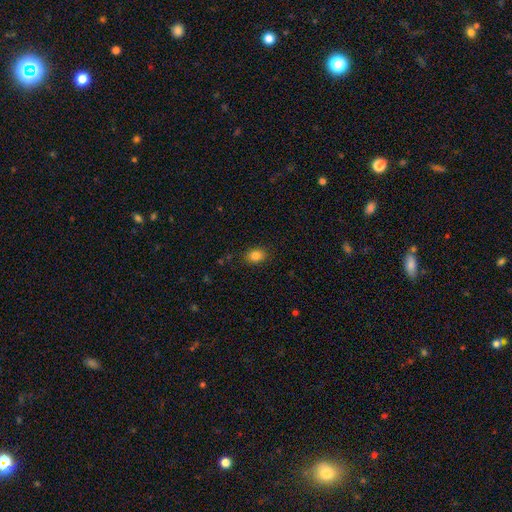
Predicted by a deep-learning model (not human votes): smooth_or_featured: smooth (p=0.83) [alt: star or artifact p=0.11]
how_rounded: in between (p=0.58) [alt: round p=0.41]
merging: none (p=0.86) [alt: minor disturbance p=0.10]